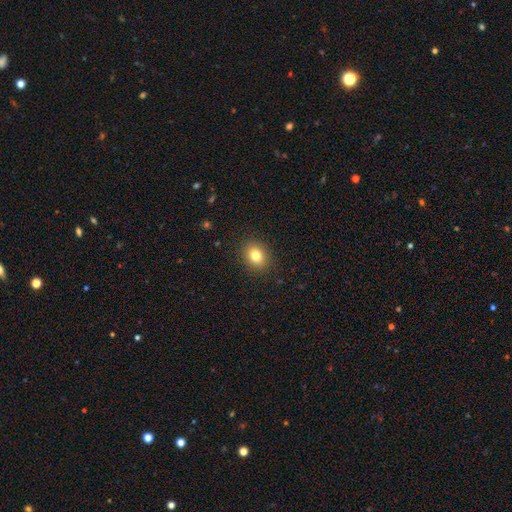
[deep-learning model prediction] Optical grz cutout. It shows a smooth galaxy with no disk features (81%) that is round (51%). Merging: none (89%).